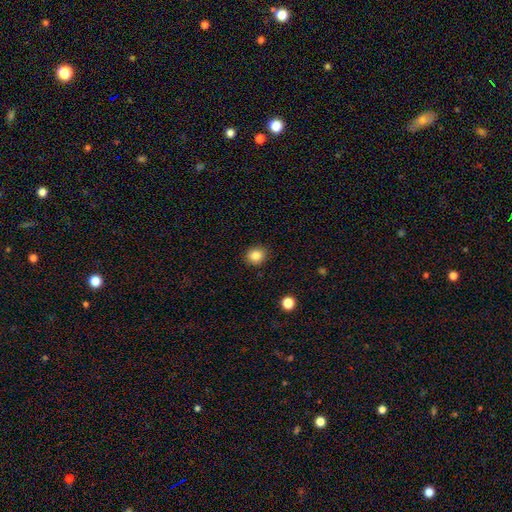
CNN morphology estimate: A smooth galaxy with no disk features (84%) that is round (70%). Merging: none (89%).